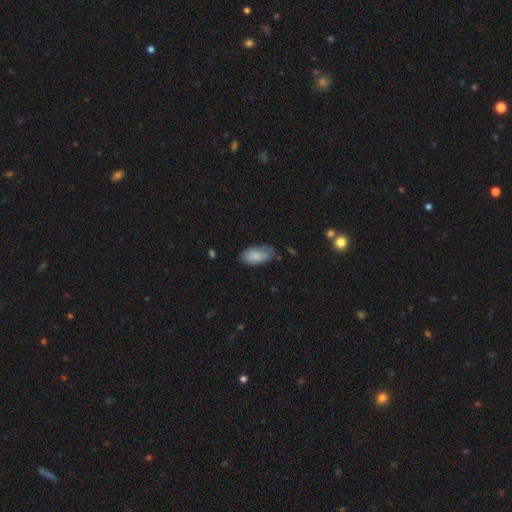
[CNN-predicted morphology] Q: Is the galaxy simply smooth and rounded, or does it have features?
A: smooth — 84%.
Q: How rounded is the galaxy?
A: in between — 94%.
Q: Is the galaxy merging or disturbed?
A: none — 66%.